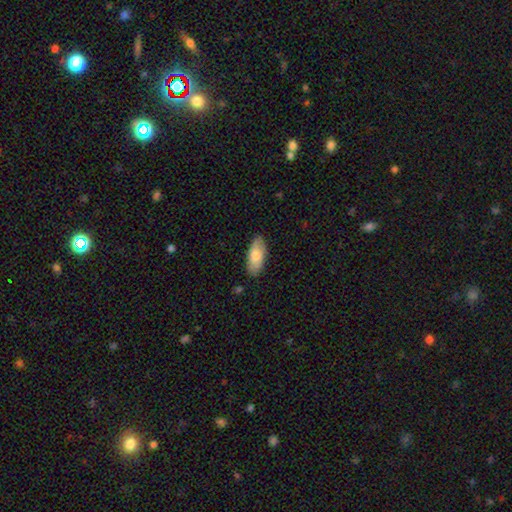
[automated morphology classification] Q: Smooth or featured?
A: smooth (78%); runner-up: featured or disk (16%)
Q: How rounded?
A: in between (88%); runner-up: cigar-shaped (10%)
Q: Merging?
A: none (84%); runner-up: minor disturbance (12%)